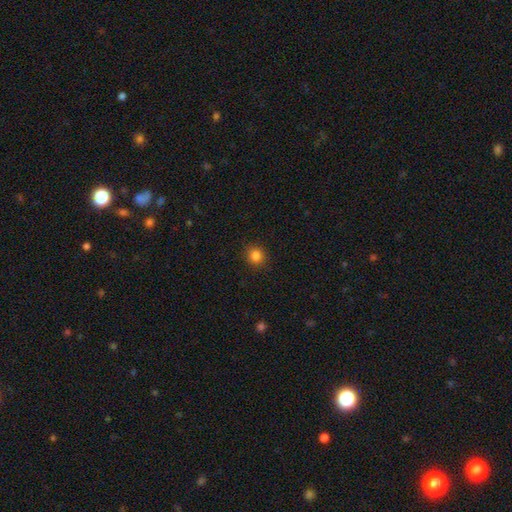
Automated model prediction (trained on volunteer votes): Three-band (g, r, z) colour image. It shows a smooth galaxy with no disk features (84%) that is round (91%). Merging: none (91%).